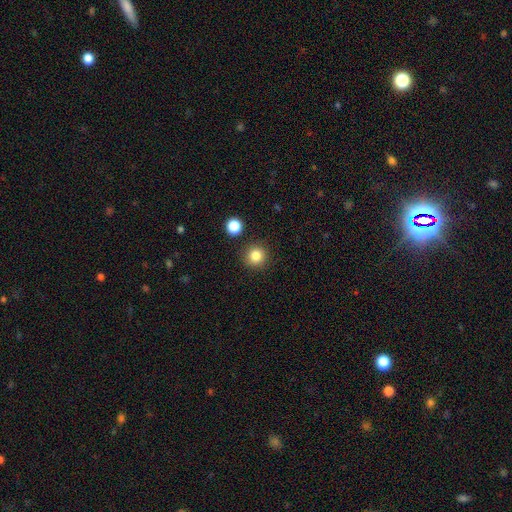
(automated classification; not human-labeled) A smooth galaxy with no disk features (83%) that is round (93%).

Vote fractions:
- Smooth or featured? smooth: 83% / star or artifact: 12% / featured or disk: 5%
- How rounded? round: 93% / in between: 6% / cigar-shaped: 1%
- Merging? none: 89% / minor disturbance: 6% / merger: 3% / major disturbance: 2%